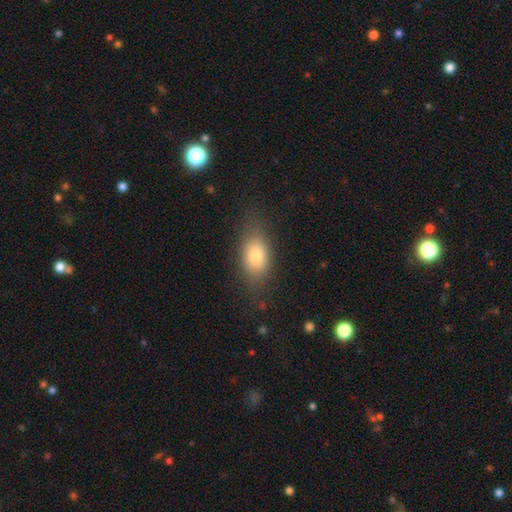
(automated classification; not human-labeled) Smooth or featured? Predicted: smooth (p=0.77). How rounded? Predicted: in between (p=0.82). Merging? Predicted: none (p=0.75).